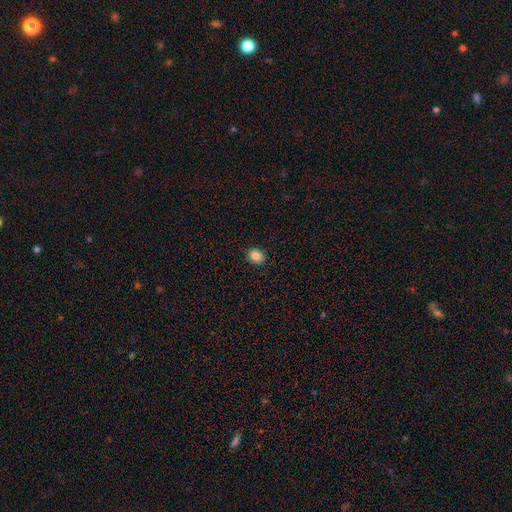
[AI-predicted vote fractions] A smooth galaxy with no disk features (85%) that is round (61%). Merging: none (91%).